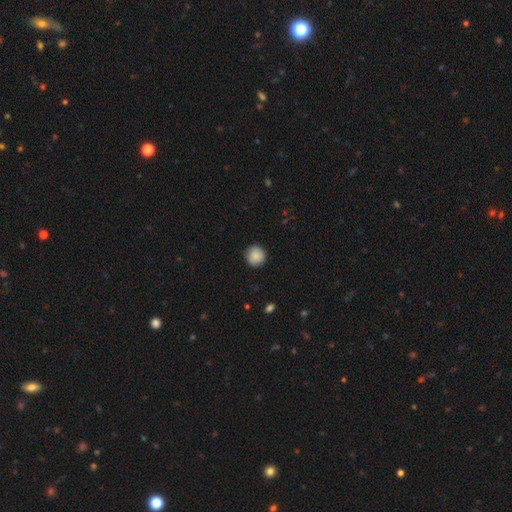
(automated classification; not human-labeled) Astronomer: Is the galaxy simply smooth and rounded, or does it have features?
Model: smooth — 89%.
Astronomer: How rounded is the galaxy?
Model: round — 94%.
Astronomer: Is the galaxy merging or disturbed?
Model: none — 90%.